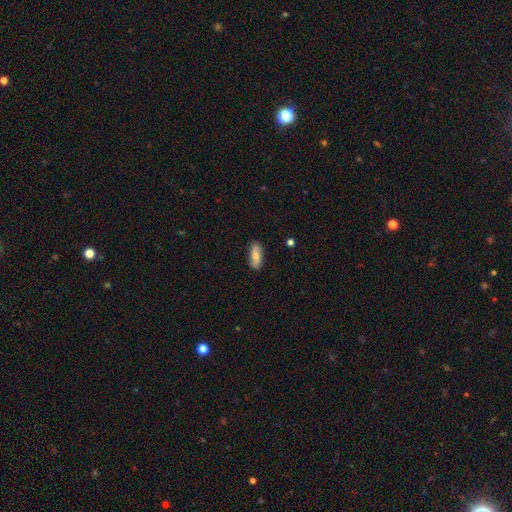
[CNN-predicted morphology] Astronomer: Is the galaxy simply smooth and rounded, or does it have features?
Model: smooth — 79%.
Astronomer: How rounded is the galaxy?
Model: in between — 76%.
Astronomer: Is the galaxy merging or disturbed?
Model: none — 86%.